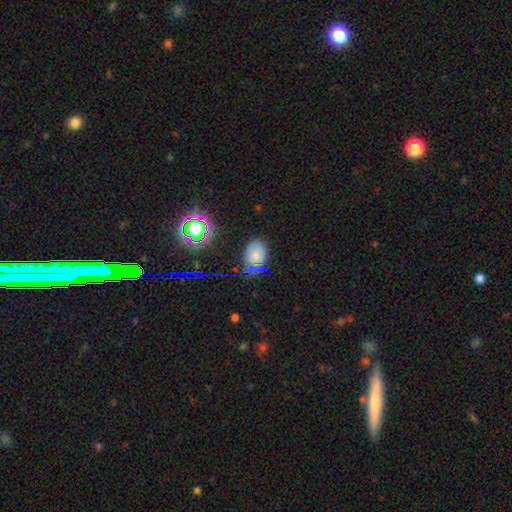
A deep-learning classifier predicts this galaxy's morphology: Smooth or featured? Predicted: smooth (p=0.65). How rounded? Predicted: in between (p=0.75). Merging? Predicted: none (p=0.77).